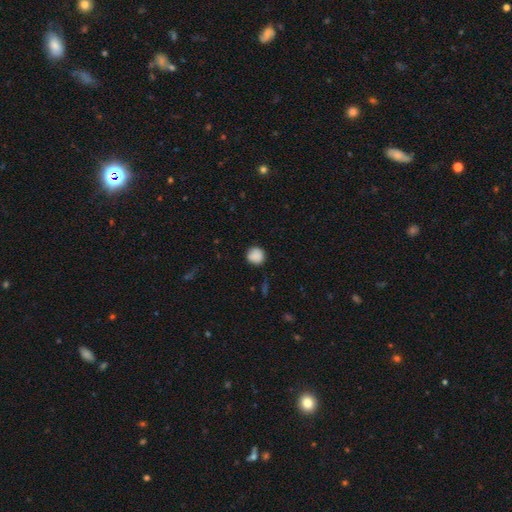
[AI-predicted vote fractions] This appears to be a smooth galaxy with no disk features (86%) that is round (91%). Merging: none (79%).